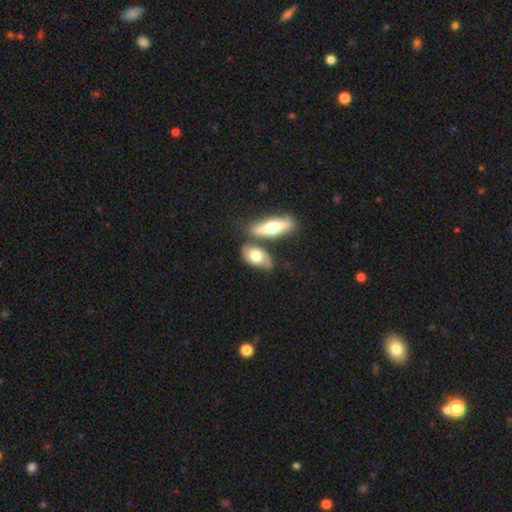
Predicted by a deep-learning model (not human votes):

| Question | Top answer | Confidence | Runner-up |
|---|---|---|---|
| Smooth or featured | smooth | 52% | featured or disk (42%) |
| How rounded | in between | 82% | cigar-shaped (10%) |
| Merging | none | 48% | merger (28%) |